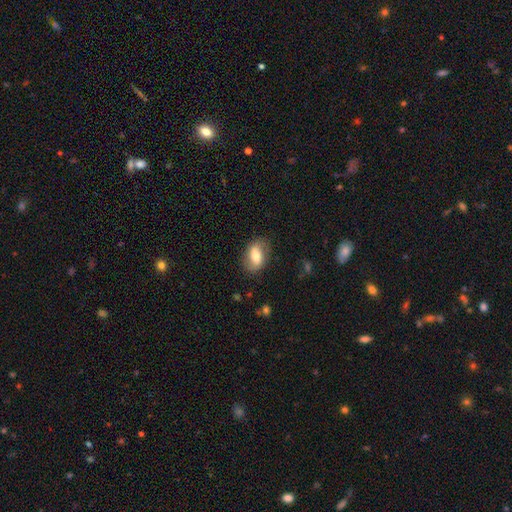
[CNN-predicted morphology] Overall: smooth (56%; featured or disk 37%). How rounded: in between (84%). Merging: none (80%).